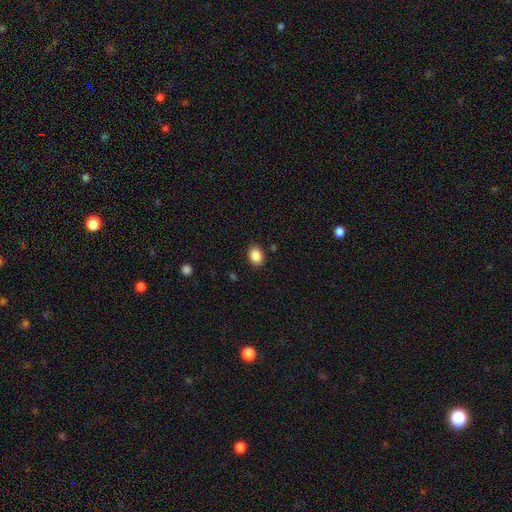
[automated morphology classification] This appears to be a smooth galaxy with no disk features (88%) that is in between round and cigar-shaped (63%). Merging: none (87%).